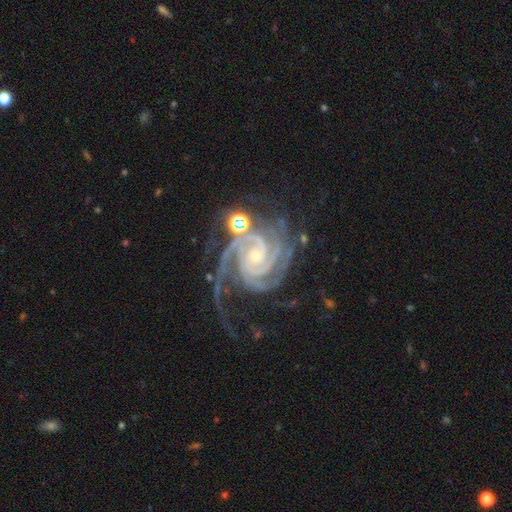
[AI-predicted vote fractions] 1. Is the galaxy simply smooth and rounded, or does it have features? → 93% featured or disk, 5% star or artifact, 2% smooth.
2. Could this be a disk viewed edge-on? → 98% no, 2% yes.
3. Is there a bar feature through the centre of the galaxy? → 63% no, 23% weak, 13% strong.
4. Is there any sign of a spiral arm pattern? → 99% yes, 1% no.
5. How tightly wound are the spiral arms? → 71% tight, 26% medium, 3% loose.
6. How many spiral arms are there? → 31% 3, 27% 4, 17% 2, 10% can't tell, 9% more than 4, 7% 1.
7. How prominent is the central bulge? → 79% small, 17% moderate, 2% none, 1% large, 1% dominant.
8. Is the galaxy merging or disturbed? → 55% none, 21% minor disturbance, 17% major disturbance, 7% merger.